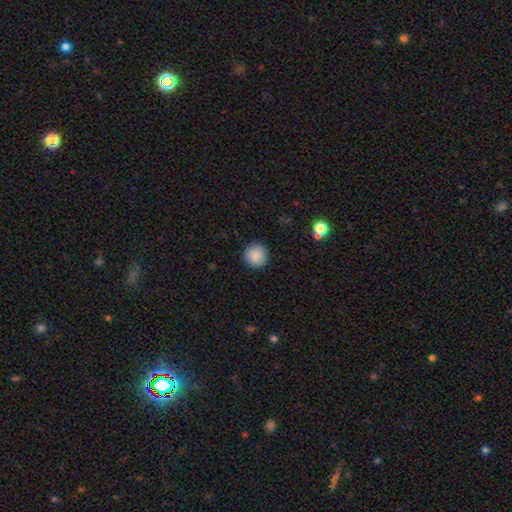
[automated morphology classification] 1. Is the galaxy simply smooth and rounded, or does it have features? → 87% smooth, 8% star or artifact, 5% featured or disk.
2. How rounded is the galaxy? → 94% round, 5% in between, 1% cigar-shaped.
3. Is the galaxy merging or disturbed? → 90% none, 7% minor disturbance, 2% major disturbance, 1% merger.